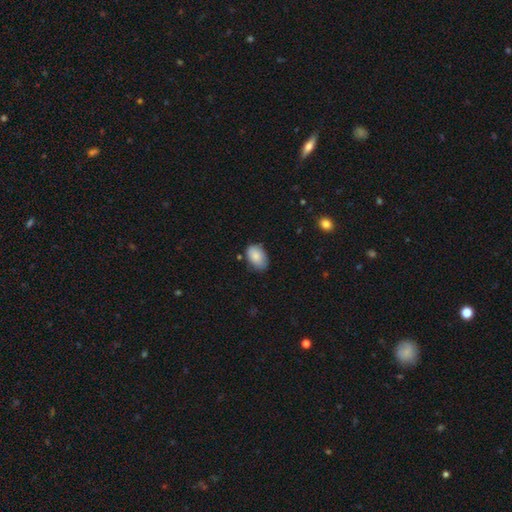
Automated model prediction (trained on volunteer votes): This is clearly a smooth galaxy (84%). How rounded: clearly in between (89%). Merging: likely none (70%).